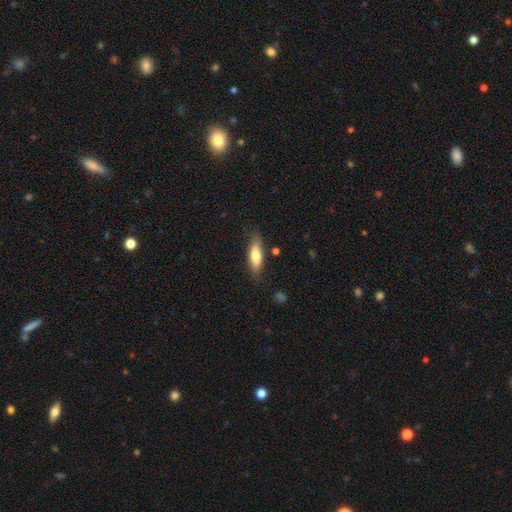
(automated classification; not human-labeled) This is likely a smooth galaxy (71%). How rounded: possibly in between (53%). Merging: clearly none (80%).